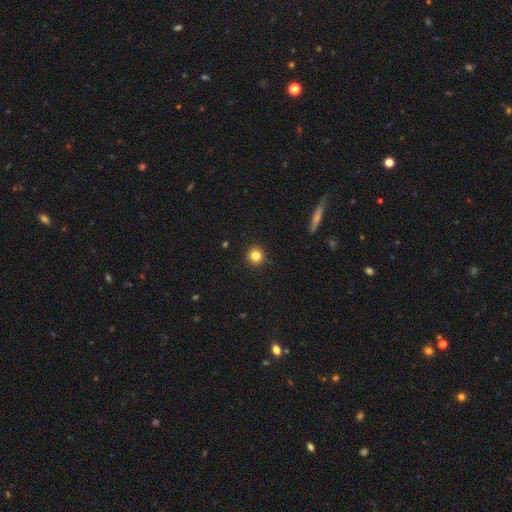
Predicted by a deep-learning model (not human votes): Smooth or featured? smooth (83%)
How rounded? round (94%)
Merging? none (92%)